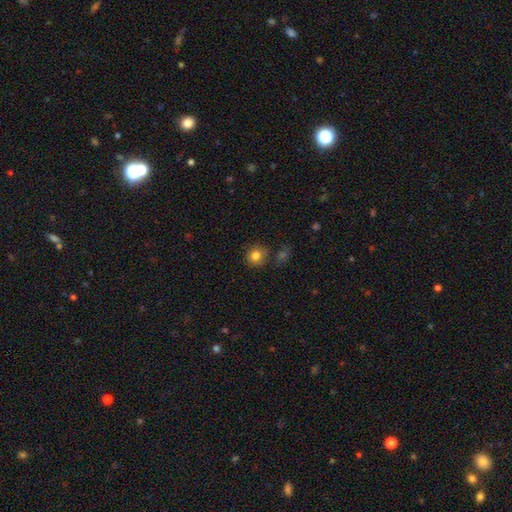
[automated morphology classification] Overall: smooth (81%). How rounded: round (87%). Merging: none (76%).